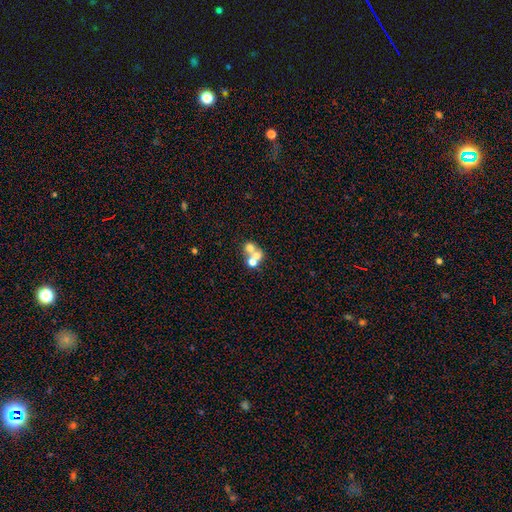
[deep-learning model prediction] Smooth or featured: smooth — 55% (featured or disk — 30%)
How rounded: round — 74% (in between — 25%)
Merging: merger — 62% (none — 28%)